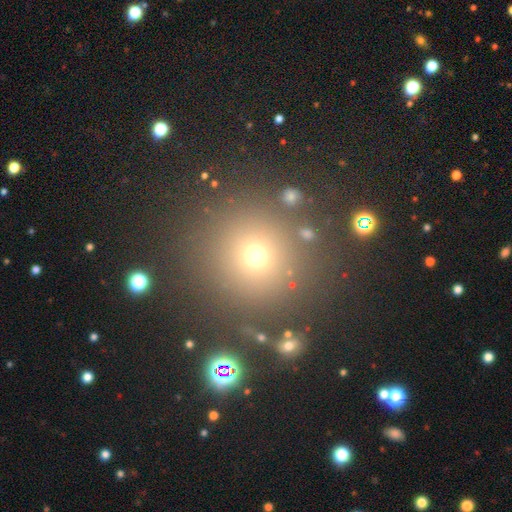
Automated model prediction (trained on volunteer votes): The model was most divided on "smooth or featured": smooth: 62%, star or artifact: 30%, featured or disk: 8%. More confident: how rounded — round (94%); merging — none (86%).